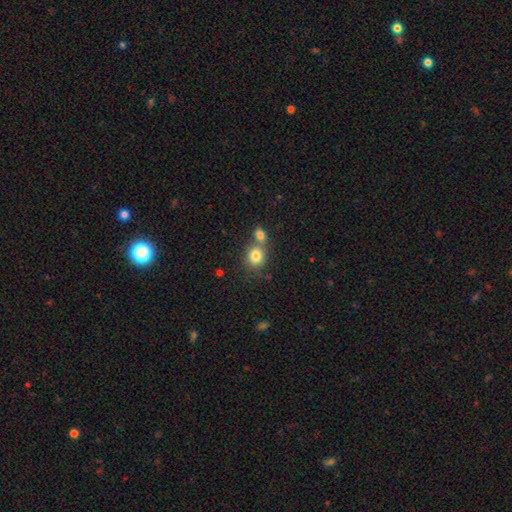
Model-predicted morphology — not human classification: Smooth or featured? smooth (81%)
How rounded? round (79%)
Merging? none (47%)